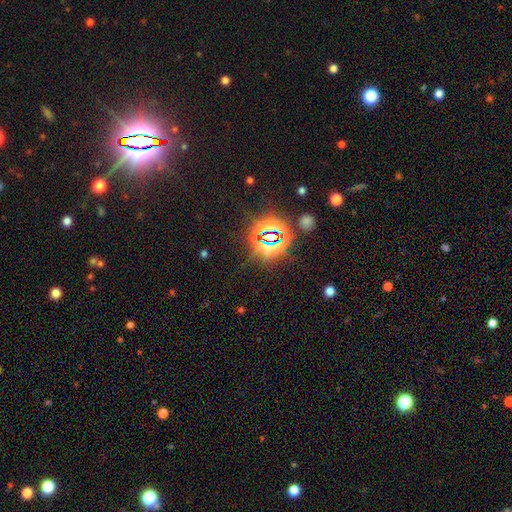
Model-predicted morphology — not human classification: star or artifact 82%, smooth 10%, featured or disk 8%.